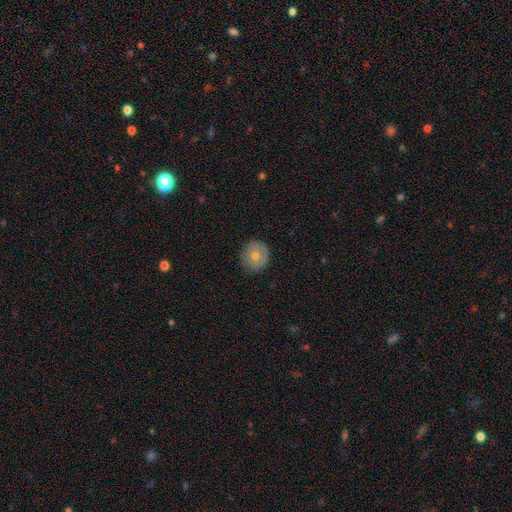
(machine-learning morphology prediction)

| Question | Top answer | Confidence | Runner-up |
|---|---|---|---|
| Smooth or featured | smooth | 68% | featured or disk (23%) |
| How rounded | round | 90% | in between (9%) |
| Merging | none | 87% | minor disturbance (10%) |